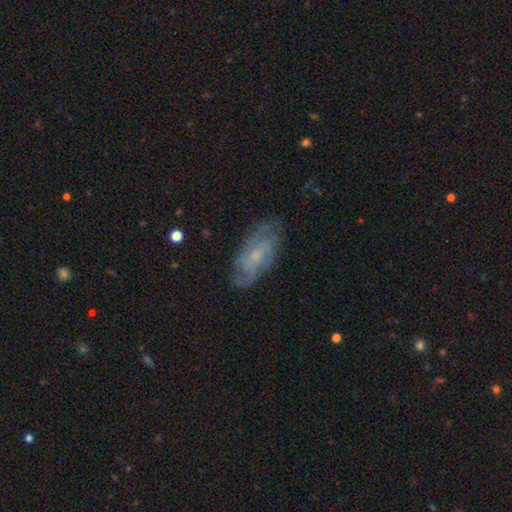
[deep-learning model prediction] This is likely a featured or disk galaxy (71%). It is clearly not viewed edge-on (92%). Bar: likely no (63%). Spiral arm pattern: clearly yes (86%). Spiral arm count: marginally can't tell (42%). Spiral winding: marginally medium (41%, tied with tight). Central bulge: likely small (69%). Merging: likely none (72%).